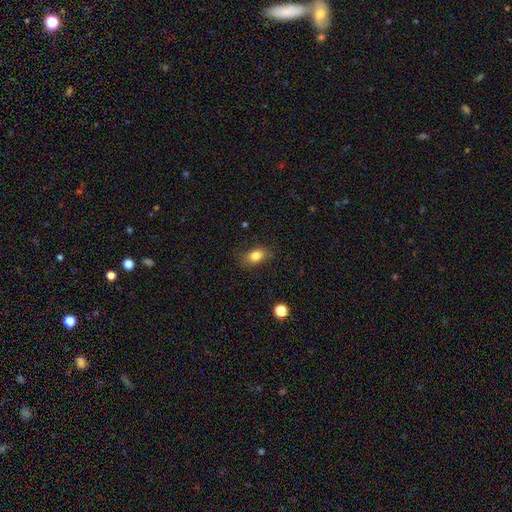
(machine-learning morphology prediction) Smooth or featured?
  - smooth: 83% *
  - star or artifact: 10%
  - featured or disk: 8%
How rounded?
  - in between: 80% *
  - round: 18%
  - cigar-shaped: 2%
Merging?
  - none: 81% *
  - minor disturbance: 14%
  - major disturbance: 4%
  - merger: 1%